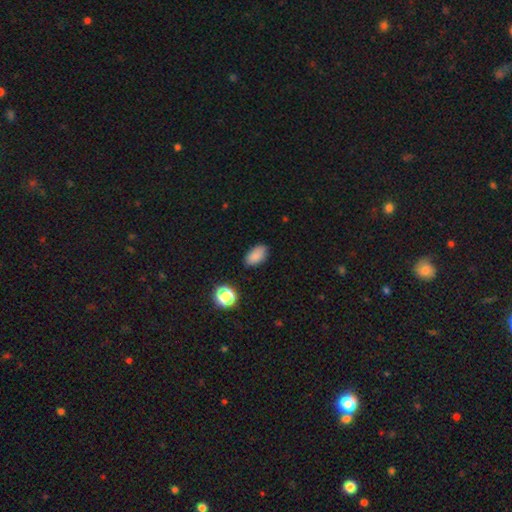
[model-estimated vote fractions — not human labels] This is clearly a smooth galaxy (85%). How rounded: clearly in between (91%). Merging: clearly none (84%).